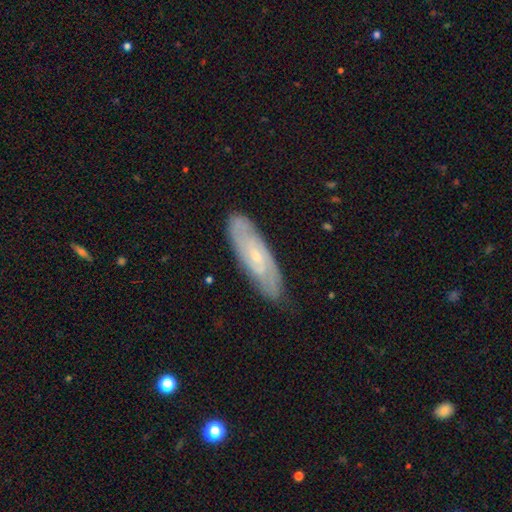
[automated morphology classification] smooth-or-featured: featured or disk: 70% | smooth: 23% | star or artifact: 6%
  disk-edge-on: no: 82% | yes: 18%
    bar: no: 64% | weak: 30% | strong: 6%
    has-spiral-arms: yes: 88% | no: 12%
      spiral-winding: tight: 58% | medium: 32% | loose: 9%
      spiral-arm-count: can't tell: 42% | 2: 41% | 3: 8% | 4: 4% | 1: 3% | more than 4: 3%
    bulge-size: small: 76% | moderate: 19% | none: 3% | large: 1% | dominant: 1%
  merging: none: 81% | minor disturbance: 15% | major disturbance: 3% | merger: 1%